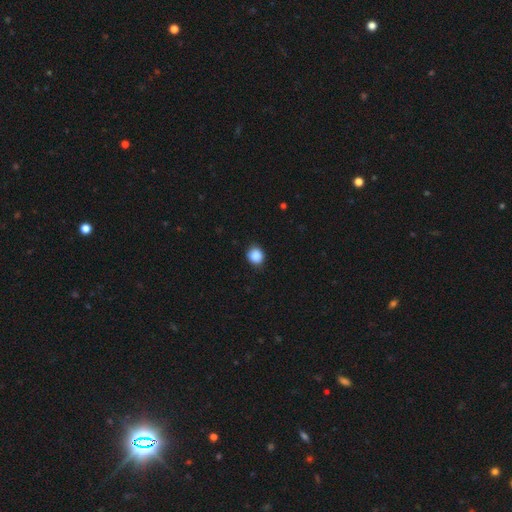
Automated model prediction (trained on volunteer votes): A smooth galaxy with no disk features (88%) that is round (82%). Merging: none (87%).